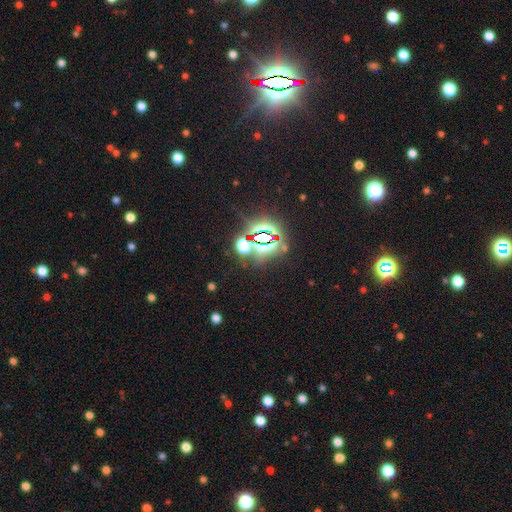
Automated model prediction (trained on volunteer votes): A star or artifact, not a galaxy (82%).

Vote fractions:
- Smooth or featured? star or artifact: 82% / smooth: 11% / featured or disk: 7%